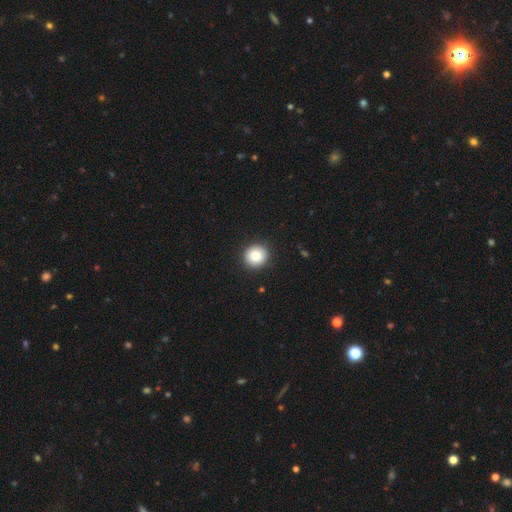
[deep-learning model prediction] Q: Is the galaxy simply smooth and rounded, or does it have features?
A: smooth — 80%.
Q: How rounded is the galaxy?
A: round — 94%.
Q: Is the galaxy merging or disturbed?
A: none — 93%.